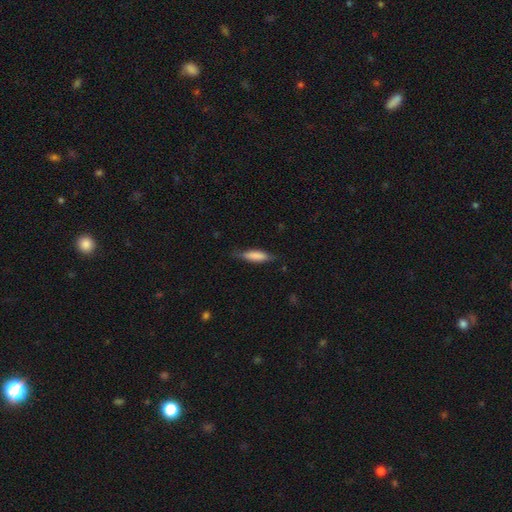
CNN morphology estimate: smooth_or_featured: smooth (p=0.75) [alt: featured or disk p=0.18]
how_rounded: cigar-shaped (p=0.63) [alt: in between p=0.35]
merging: none (p=0.75) [alt: minor disturbance p=0.19]